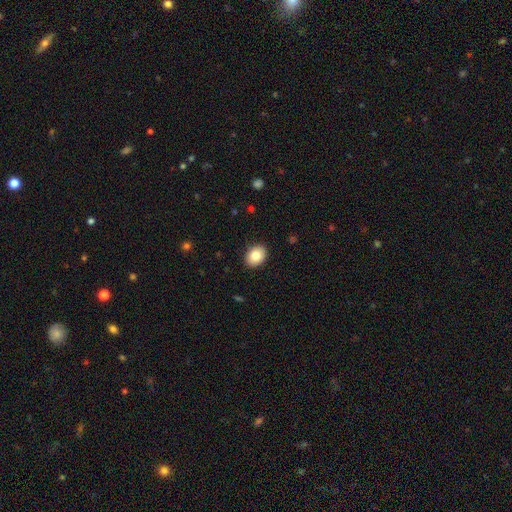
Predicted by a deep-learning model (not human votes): Morphology: type=smooth (84%); roundness=in between (66%); merging=none (90%).